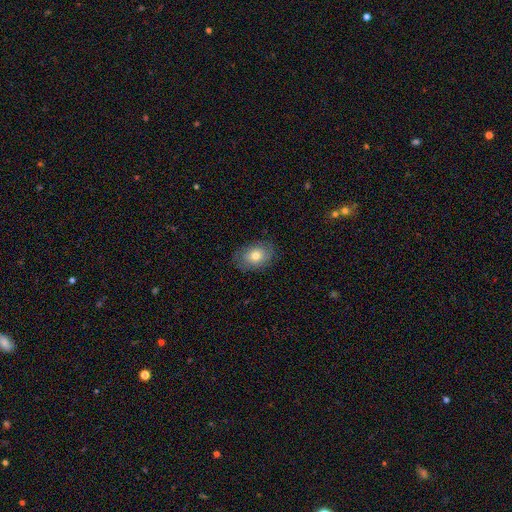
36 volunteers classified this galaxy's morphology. Smooth or featured? 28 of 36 (78%) said smooth. How rounded? 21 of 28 (75%) said in between. Merging? 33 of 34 (97%) said none.